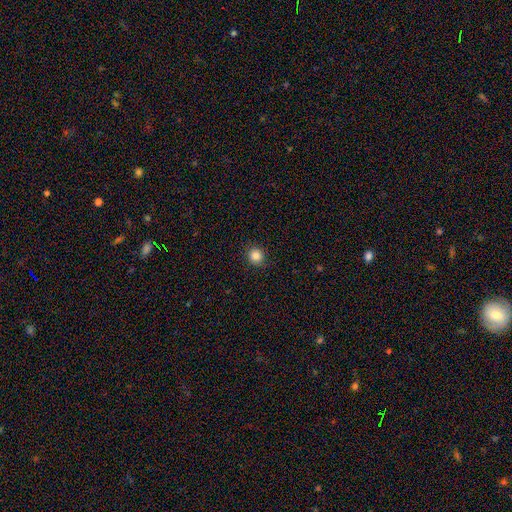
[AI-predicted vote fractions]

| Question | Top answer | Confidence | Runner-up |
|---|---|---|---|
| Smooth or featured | smooth | 85% | star or artifact (11%) |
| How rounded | round | 90% | in between (9%) |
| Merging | none | 90% | minor disturbance (7%) |